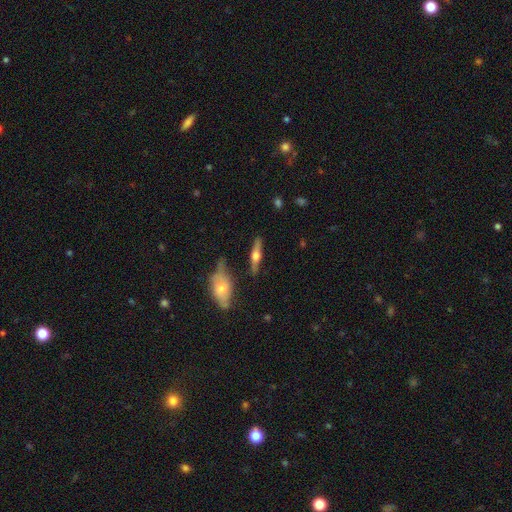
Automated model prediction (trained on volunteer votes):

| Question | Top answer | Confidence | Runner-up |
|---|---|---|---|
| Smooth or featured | featured or disk | 67% | smooth (27%) |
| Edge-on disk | yes | 95% | no (5%) |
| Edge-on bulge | rounded | 94% | boxy (4%) |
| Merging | none | 79% | minor disturbance (12%) |